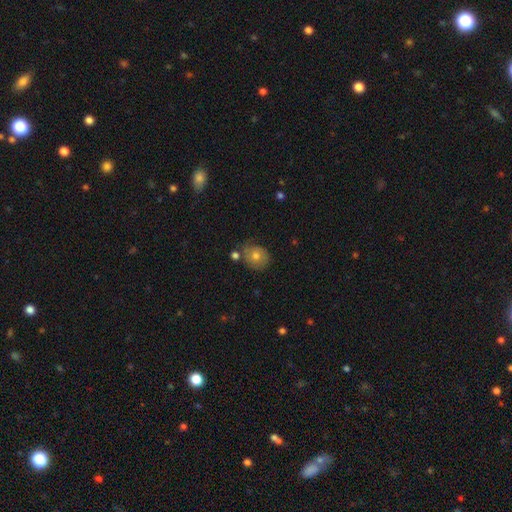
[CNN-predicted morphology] The model was most divided on "smooth or featured": smooth: 67%, featured or disk: 23%, star or artifact: 10%. More confident: how rounded — round (72%); merging — none (66%).